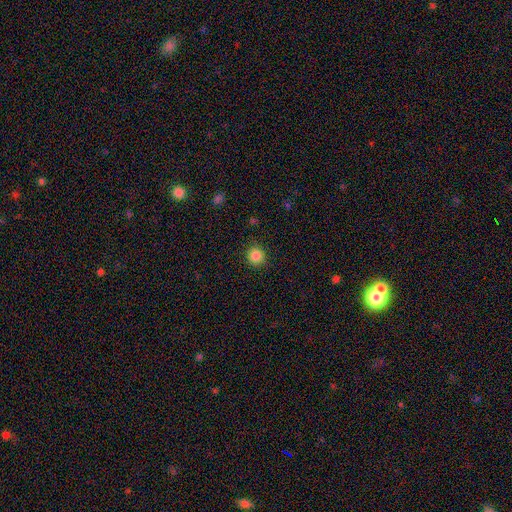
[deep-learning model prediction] Overall: smooth (85%). How rounded: round (92%). Merging: none (89%).